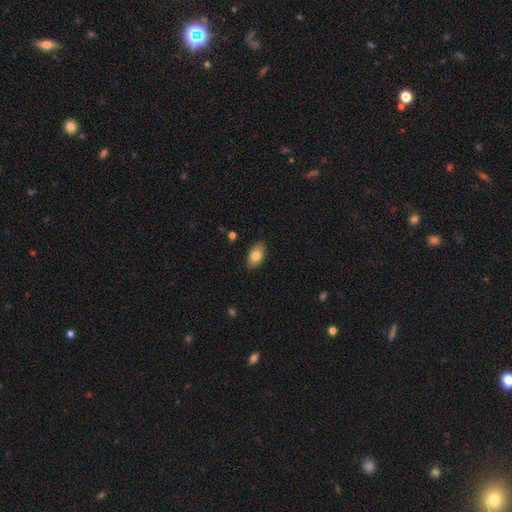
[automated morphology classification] Smooth or featured: smooth — 79% (featured or disk — 14%)
How rounded: in between — 92% (round — 5%)
Merging: none — 87% (minor disturbance — 10%)